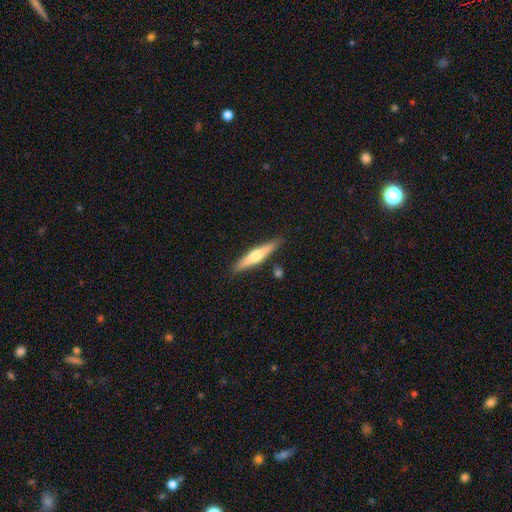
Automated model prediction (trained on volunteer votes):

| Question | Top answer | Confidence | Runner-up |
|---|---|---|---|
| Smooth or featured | featured or disk | 50% | smooth (45%) |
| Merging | none | 86% | minor disturbance (9%) |